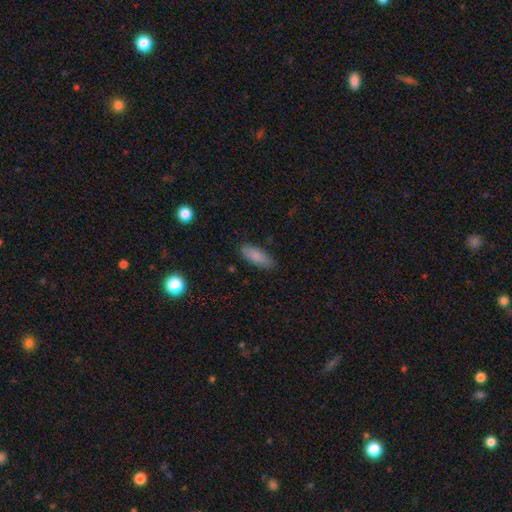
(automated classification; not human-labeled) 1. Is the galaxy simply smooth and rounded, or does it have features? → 86% smooth, 8% featured or disk, 7% star or artifact.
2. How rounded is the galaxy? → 68% in between, 30% cigar-shaped, 2% round.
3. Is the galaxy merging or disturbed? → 85% none, 12% minor disturbance, 2% major disturbance, 1% merger.